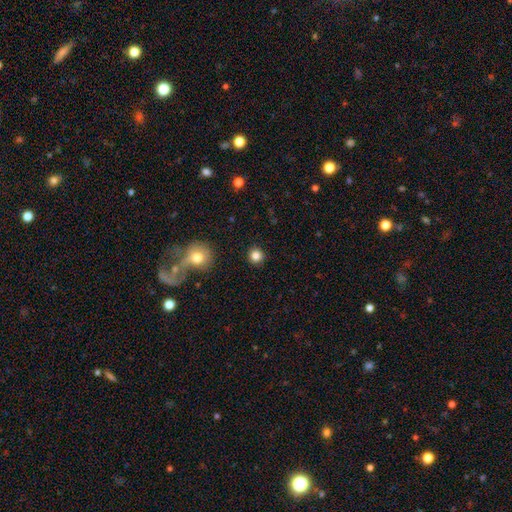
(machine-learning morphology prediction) smooth 84%, star or artifact 11%, featured or disk 5%. Down the decision tree: how rounded — round (93%); merging — none (91%).